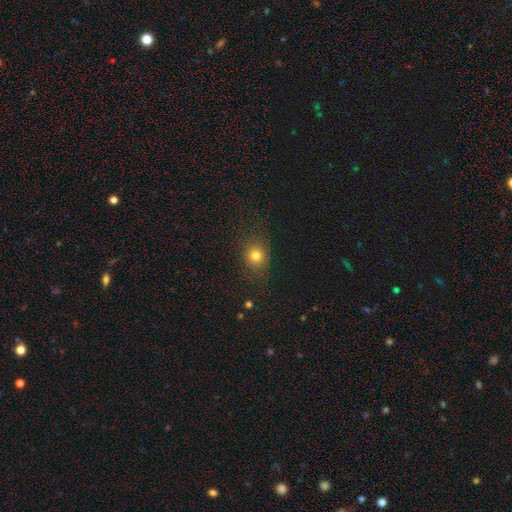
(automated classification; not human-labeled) Smooth or featured: smooth — 76% (star or artifact — 16%)
How rounded: round — 74% (in between — 24%)
Merging: none — 83% (minor disturbance — 11%)